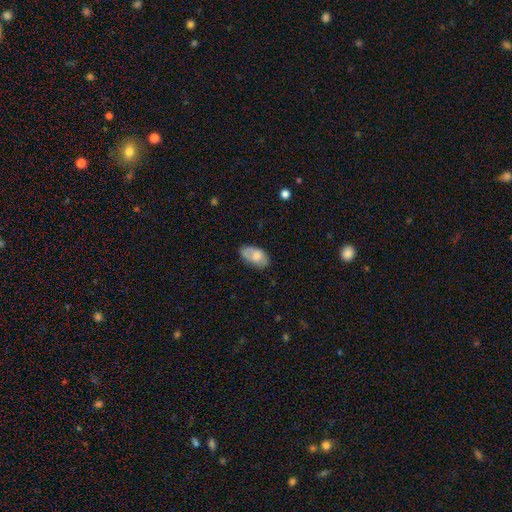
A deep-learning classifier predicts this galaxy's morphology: Smooth or featured?
  - smooth: 68% *
  - featured or disk: 25%
  - star or artifact: 7%
How rounded?
  - in between: 93% *
  - round: 5%
  - cigar-shaped: 2%
Merging?
  - none: 66% *
  - minor disturbance: 26%
  - major disturbance: 7%
  - merger: 2%